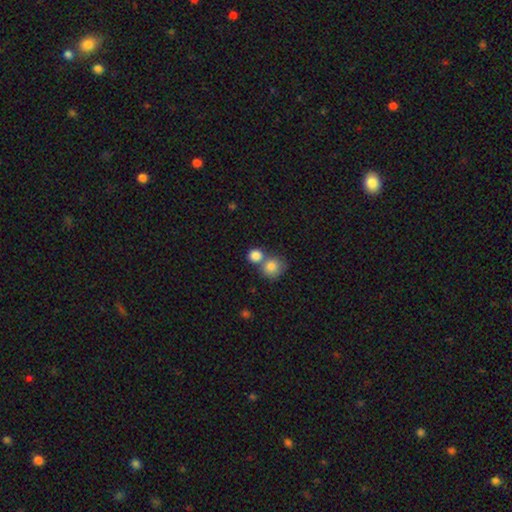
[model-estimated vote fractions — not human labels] A smooth galaxy with no disk features (85%) that is round (79%). Merging: merger (46%).